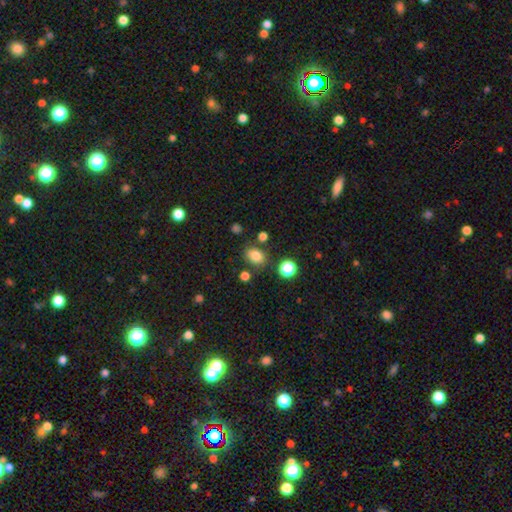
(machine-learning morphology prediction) smooth_or_featured: smooth (p=0.80) [alt: star or artifact p=0.13]
how_rounded: in between (p=0.57) [alt: round p=0.42]
merging: none (p=0.76) [alt: minor disturbance p=0.13]